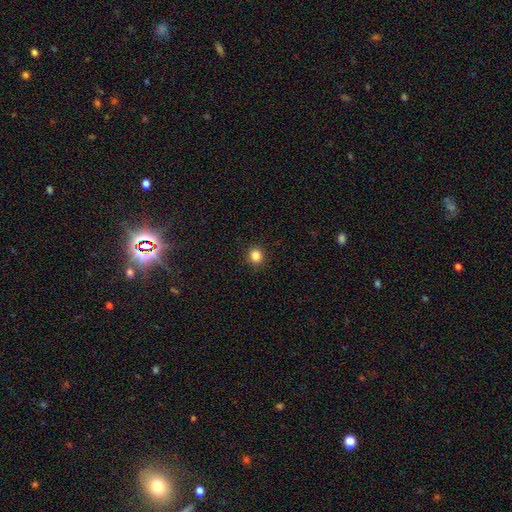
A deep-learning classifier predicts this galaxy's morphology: A smooth galaxy with no disk features (85%) that is round (82%).

Vote fractions:
- Smooth or featured? smooth: 85% / star or artifact: 11% / featured or disk: 4%
- How rounded? round: 82% / in between: 17% / cigar-shaped: 1%
- Merging? none: 91% / minor disturbance: 6% / major disturbance: 2% / merger: 1%